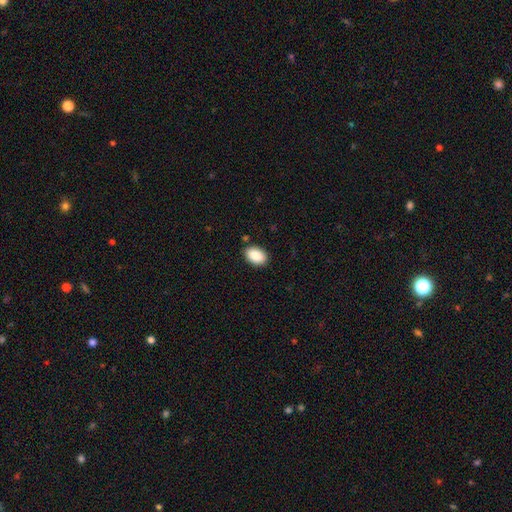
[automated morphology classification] smooth 88%, star or artifact 7%, featured or disk 5%. Down the decision tree: how rounded — in between (88%); merging — none (87%).